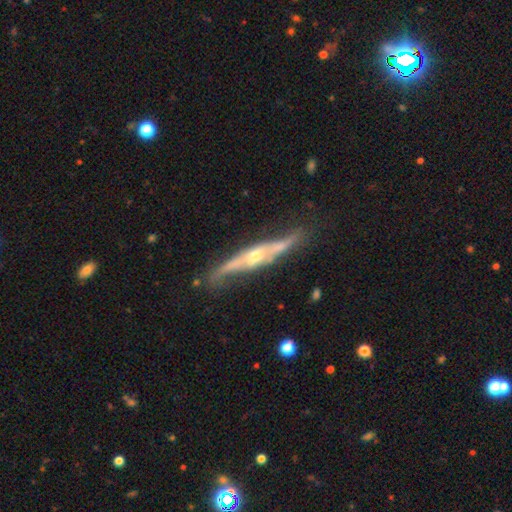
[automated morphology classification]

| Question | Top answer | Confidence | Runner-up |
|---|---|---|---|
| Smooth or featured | featured or disk | 81% | smooth (13%) |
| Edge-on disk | yes | 80% | no (20%) |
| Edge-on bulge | rounded | 82% | none (12%) |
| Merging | none | 69% | minor disturbance (21%) |